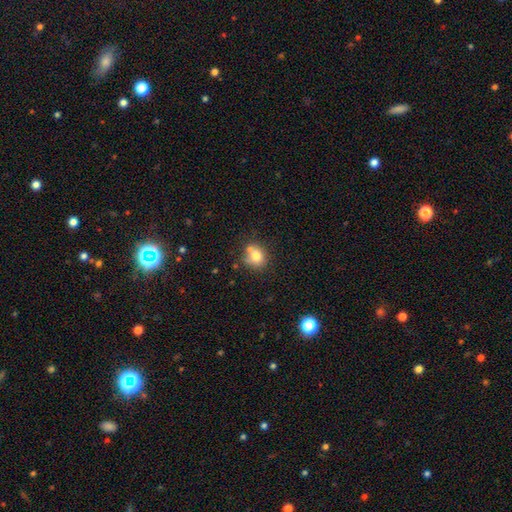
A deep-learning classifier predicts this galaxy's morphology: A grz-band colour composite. It shows a smooth galaxy with no disk features (75%) that is round (74%). Merging: none (53%).